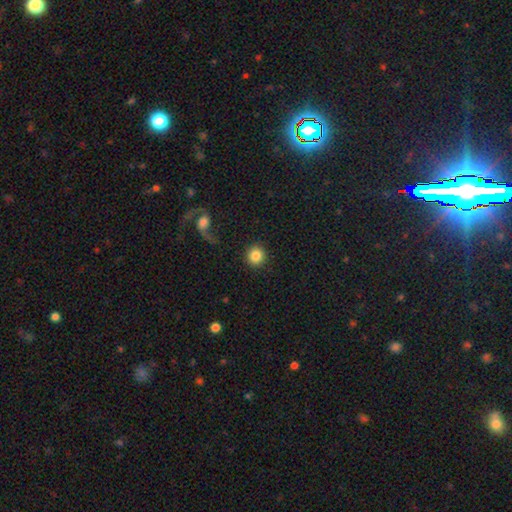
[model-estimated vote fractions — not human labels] Smooth or featured? Predicted: smooth (p=0.86). How rounded? Predicted: round (p=0.93). Merging? Predicted: none (p=0.90).